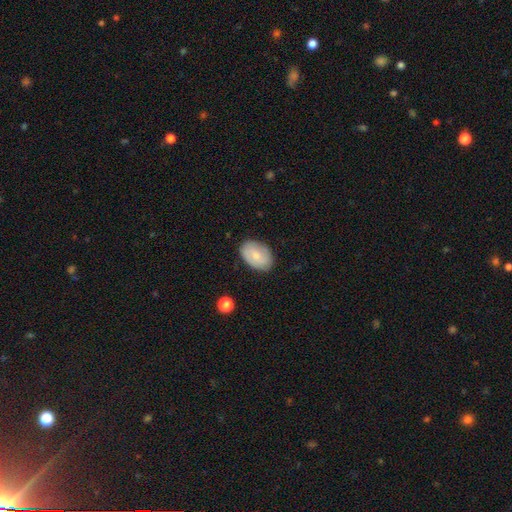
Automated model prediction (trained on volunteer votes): A smooth galaxy with no disk features (73%) that is in between round and cigar-shaped (87%).

Vote fractions:
- Smooth or featured? smooth: 73% / featured or disk: 21% / star or artifact: 7%
- How rounded? in between: 87% / round: 12% / cigar-shaped: 1%
- Merging? none: 83% / minor disturbance: 13% / major disturbance: 3% / merger: 1%